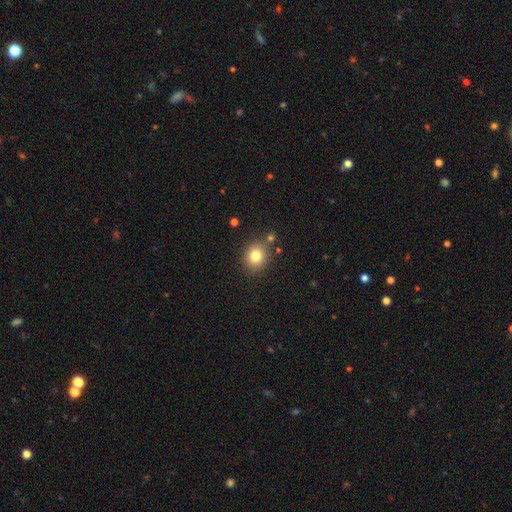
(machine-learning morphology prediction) type=smooth (81%); roundness=round (75%); merging=none (82%).